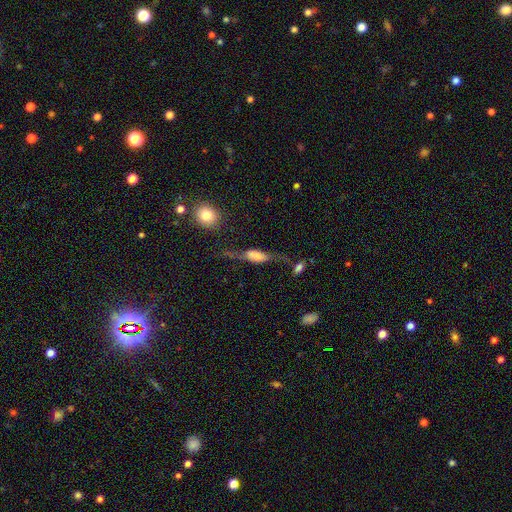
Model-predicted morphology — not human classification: Q: Smooth or featured?
A: featured or disk (48%); runner-up: smooth (43%)
Q: Merging?
A: none (42%); runner-up: major disturbance (28%)